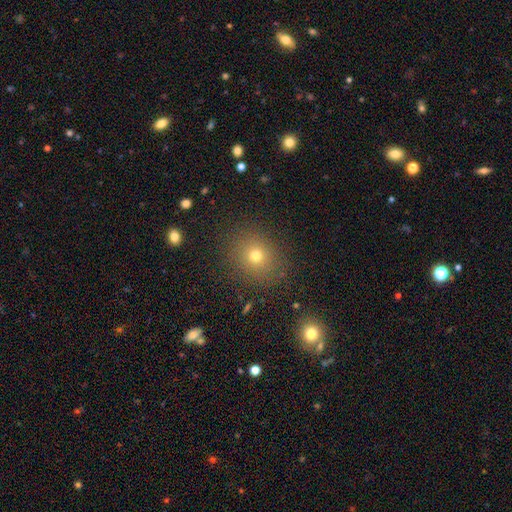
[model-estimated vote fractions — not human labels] Smooth or featured? smooth (72%)
How rounded? round (72%)
Merging? none (86%)